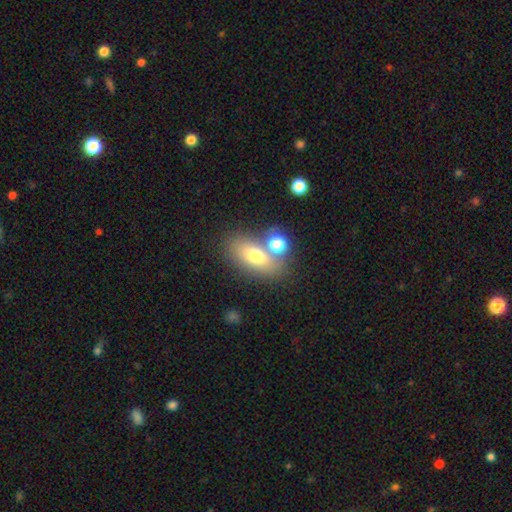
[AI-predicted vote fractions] Smooth or featured? Predicted: smooth (p=0.68). How rounded? Predicted: in between (p=0.82). Merging? Predicted: none (p=0.58).